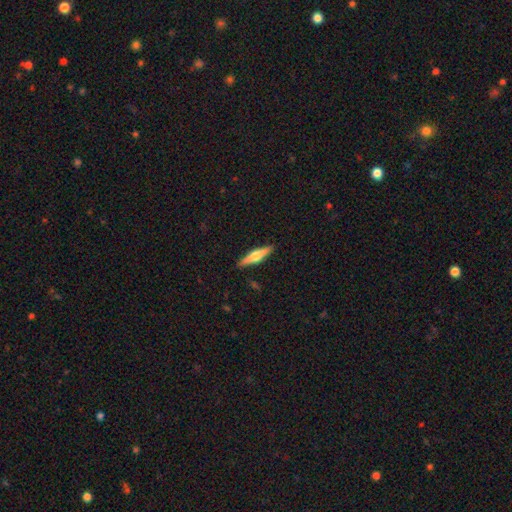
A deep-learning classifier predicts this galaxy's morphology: Q: Smooth or featured?
A: featured or disk (62%); runner-up: smooth (33%)
Q: Edge-on disk?
A: yes (97%); runner-up: no (3%)
Q: Edge-on bulge?
A: rounded (92%); runner-up: boxy (6%)
Q: Merging?
A: none (90%); runner-up: minor disturbance (7%)